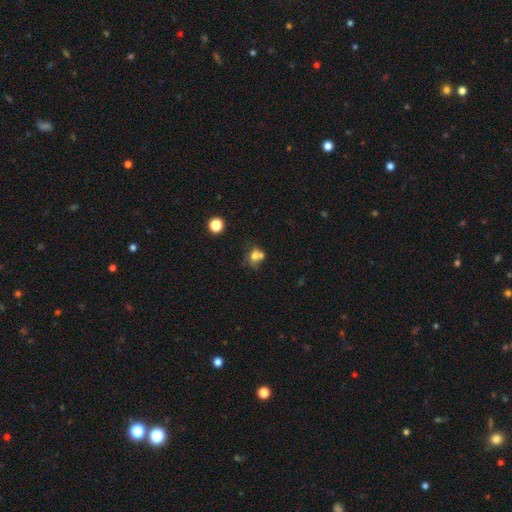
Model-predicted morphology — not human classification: Smooth or featured: smooth — 67% (featured or disk — 18%)
How rounded: round — 62% (in between — 37%)
Merging: merger — 45% (none — 36%)